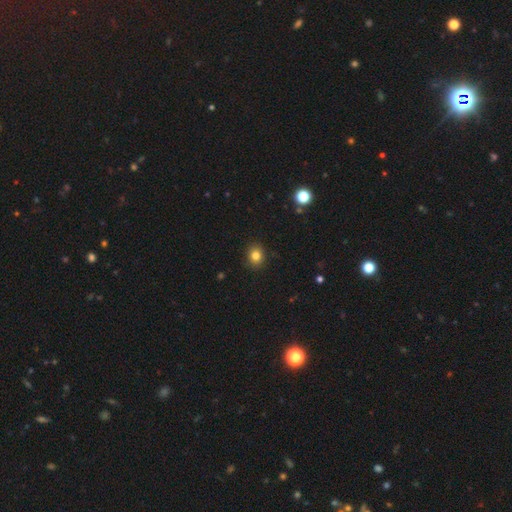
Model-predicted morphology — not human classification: A smooth galaxy with no disk features (82%) that is round (66%).

Vote fractions:
- Smooth or featured? smooth: 82% / star or artifact: 12% / featured or disk: 6%
- How rounded? round: 66% / in between: 33% / cigar-shaped: 1%
- Merging? none: 90% / minor disturbance: 7% / major disturbance: 2% / merger: 1%